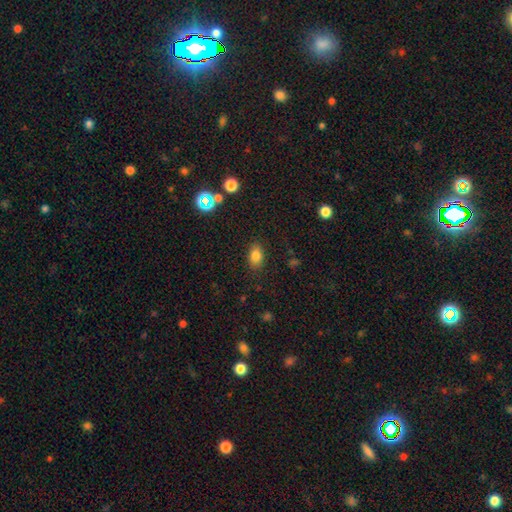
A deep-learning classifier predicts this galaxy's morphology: The model was most divided on "how rounded": in between: 83%, round: 15%, cigar-shaped: 2%. More confident: merging — none (85%); smooth or featured — smooth (81%).